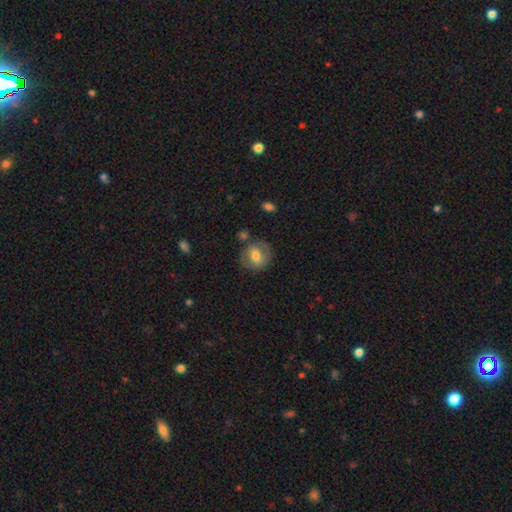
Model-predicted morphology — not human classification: A smooth galaxy with no disk features (61%) that is round (70%).

Vote fractions:
- Smooth or featured? smooth: 61% / featured or disk: 32% / star or artifact: 8%
- How rounded? round: 70% / in between: 29% / cigar-shaped: 1%
- Merging? none: 72% / minor disturbance: 16% / major disturbance: 7% / merger: 5%